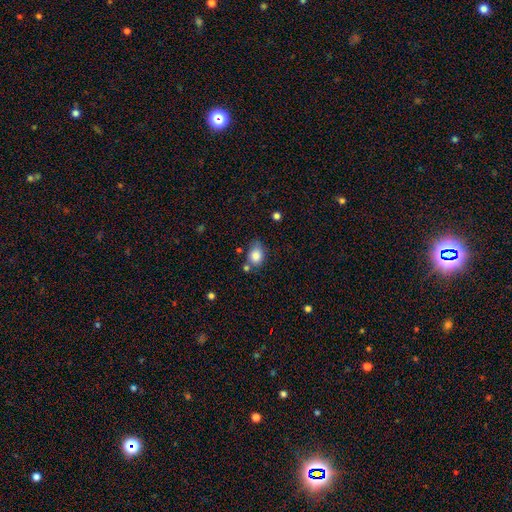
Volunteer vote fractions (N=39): Smooth or featured? smooth (90%)
How rounded? in between (74%)
Merging? none (36%, tied with minor disturbance)